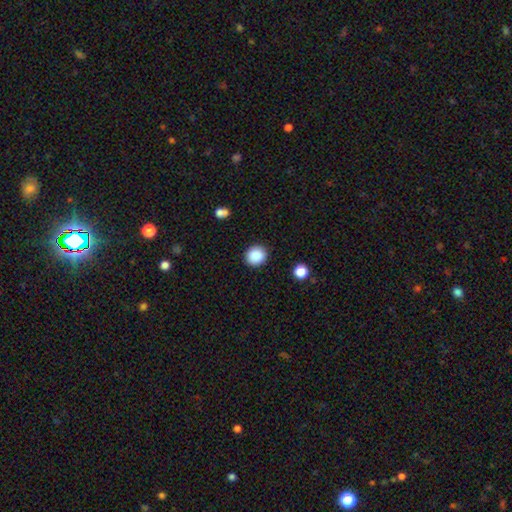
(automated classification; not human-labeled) Smooth or featured? smooth (88%)
How rounded? round (86%)
Merging? none (90%)